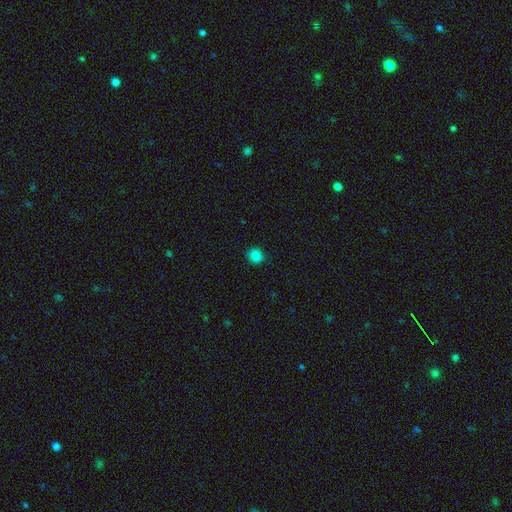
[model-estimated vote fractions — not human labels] Morphology: type=smooth (84%); roundness=round (88%); merging=none (88%).